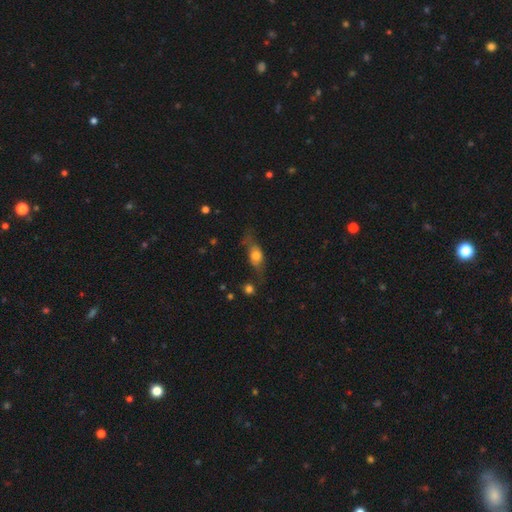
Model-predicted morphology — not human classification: smooth_or_featured: smooth (p=0.59) [alt: featured or disk p=0.31]
how_rounded: in between (p=0.65) [alt: cigar-shaped p=0.20]
merging: none (p=0.52) [alt: minor disturbance p=0.27]